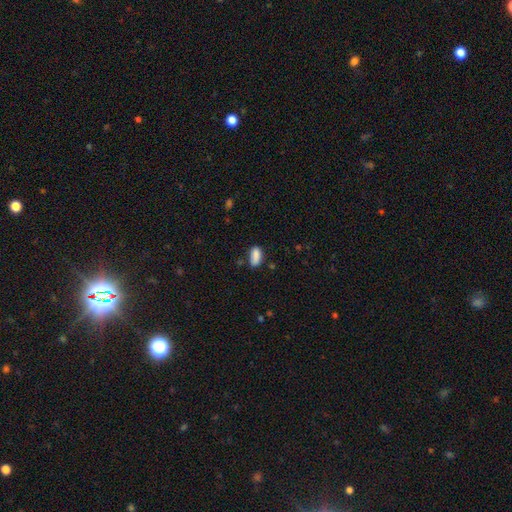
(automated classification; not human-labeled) smooth-or-featured: smooth: 85% | star or artifact: 8% | featured or disk: 7%
  how-rounded: in between: 86% | cigar-shaped: 10% | round: 4%
  merging: none: 60% | minor disturbance: 26% | major disturbance: 7% | merger: 7%